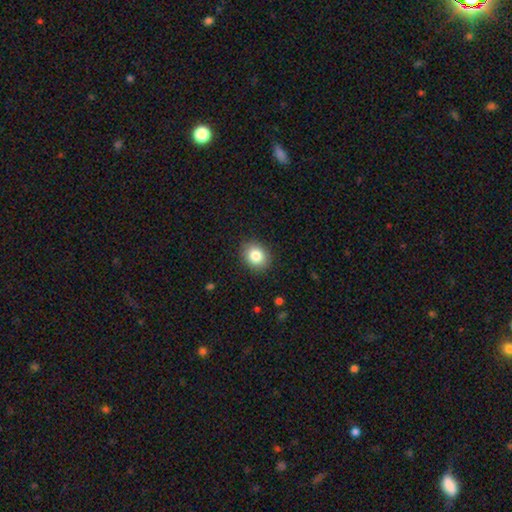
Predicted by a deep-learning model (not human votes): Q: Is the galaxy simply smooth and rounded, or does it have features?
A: smooth — 84%.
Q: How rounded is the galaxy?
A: round — 61%.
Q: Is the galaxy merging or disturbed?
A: none — 89%.